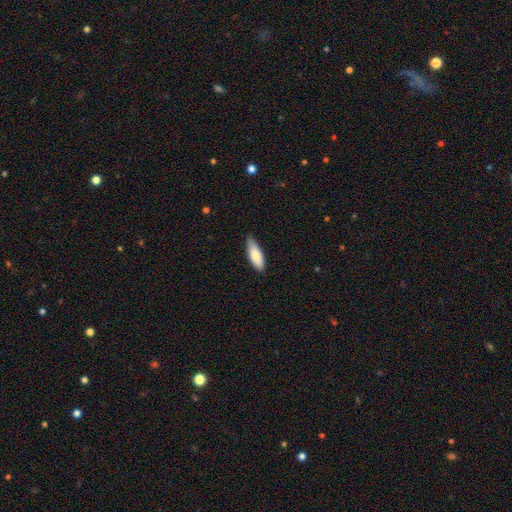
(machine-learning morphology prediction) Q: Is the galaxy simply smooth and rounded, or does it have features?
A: smooth — 78%.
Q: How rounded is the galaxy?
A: in between — 59%.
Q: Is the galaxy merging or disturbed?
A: none — 82%.